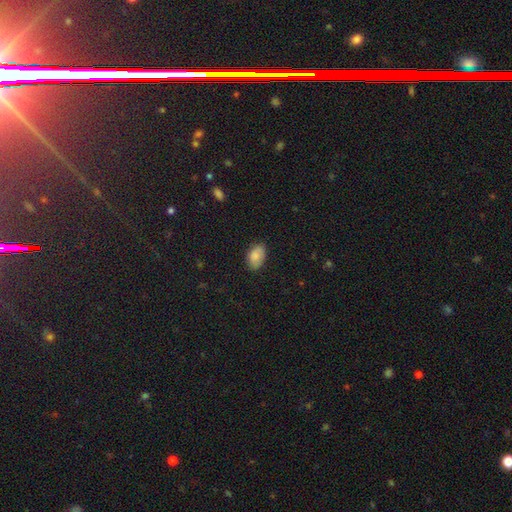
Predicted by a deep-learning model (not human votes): Overall: smooth (86%). How rounded: in between (91%). Merging: none (79%).